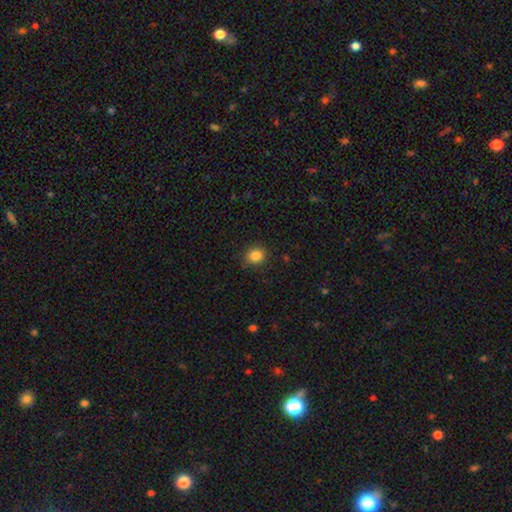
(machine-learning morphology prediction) Smooth or featured? smooth (86%)
How rounded? round (74%)
Merging? none (86%)